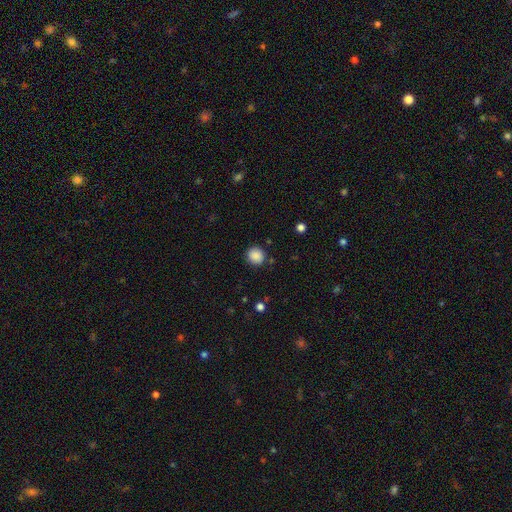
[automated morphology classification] type=smooth (88%); roundness=round (89%); merging=none (88%).